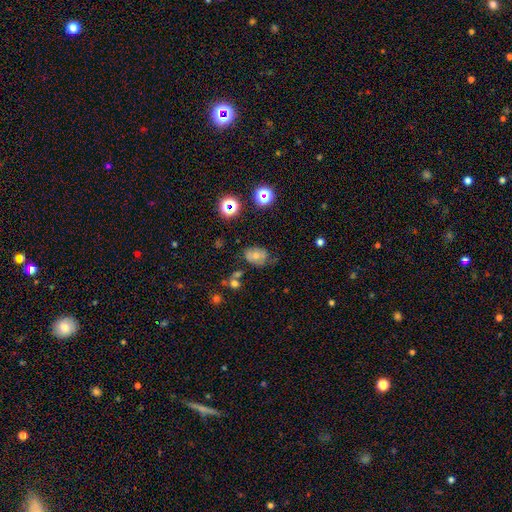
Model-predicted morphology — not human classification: Smooth or featured? smooth (53%)
How rounded? in between (66%)
Merging? none (52%)